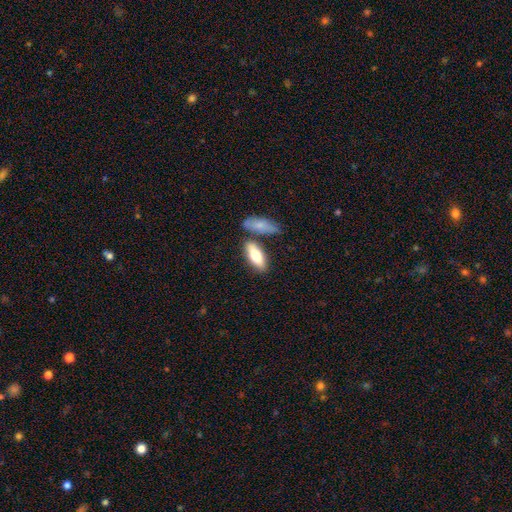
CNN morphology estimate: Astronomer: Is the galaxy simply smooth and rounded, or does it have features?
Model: smooth — 76%.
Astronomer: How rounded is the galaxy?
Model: in between — 75%.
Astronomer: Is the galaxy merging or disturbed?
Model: none — 67%.